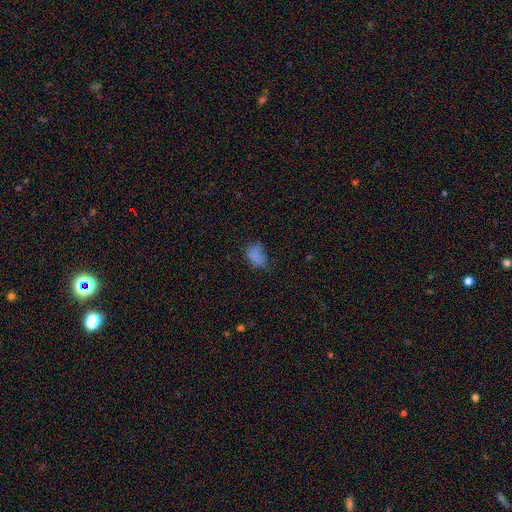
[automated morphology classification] Smooth or featured?
  - smooth: 77% *
  - star or artifact: 15%
  - featured or disk: 8%
How rounded?
  - in between: 81% *
  - round: 17%
  - cigar-shaped: 2%
Merging?
  - none: 53% *
  - minor disturbance: 30%
  - major disturbance: 14%
  - merger: 2%